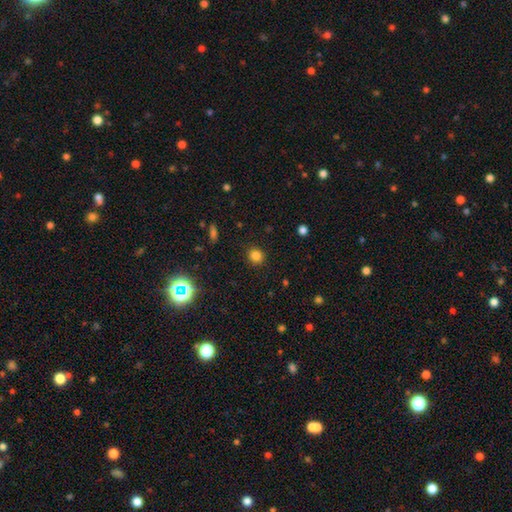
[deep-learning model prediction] Overall: smooth (81%). How rounded: round (87%). Merging: none (90%).